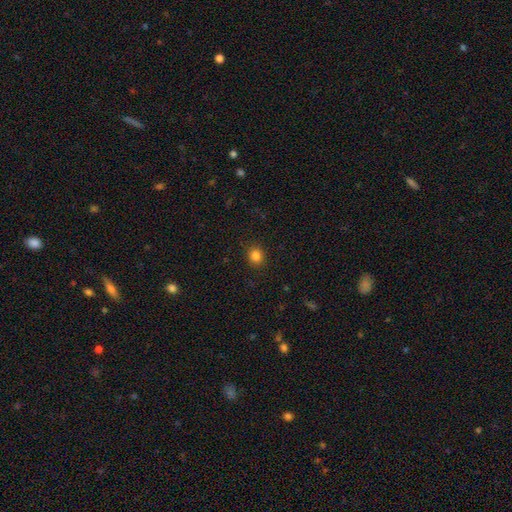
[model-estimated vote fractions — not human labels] A smooth galaxy with no disk features (84%) that is round (82%). Merging: none (90%).